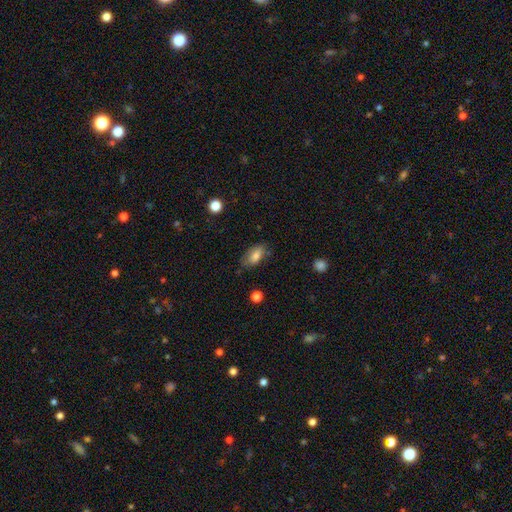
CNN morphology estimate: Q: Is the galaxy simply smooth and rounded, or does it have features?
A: smooth — 77%.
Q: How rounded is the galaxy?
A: in between — 89%.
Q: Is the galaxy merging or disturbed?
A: none — 68%.